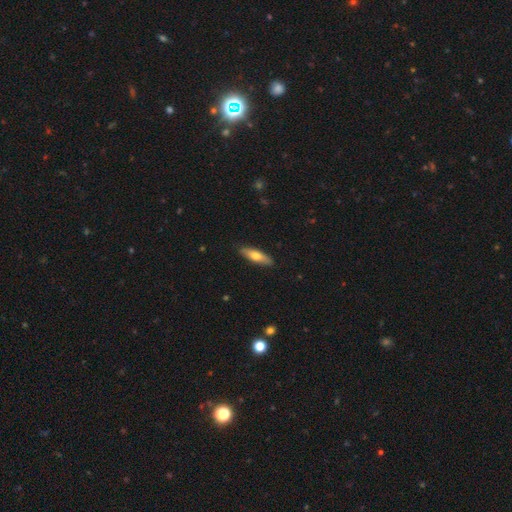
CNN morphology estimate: A smooth galaxy with no disk features (64%) that is cigar-shaped (61%). Merging: none (88%).